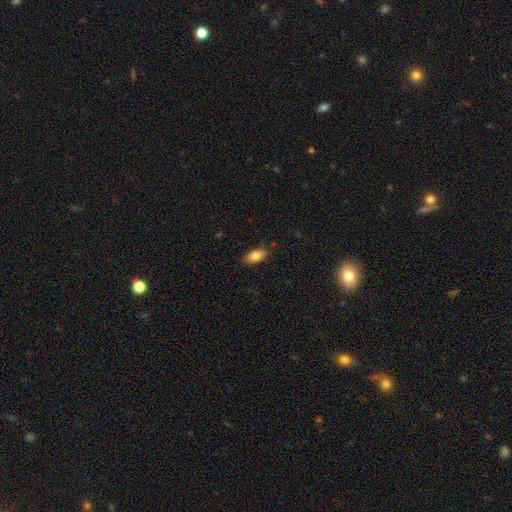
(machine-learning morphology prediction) smooth 83%, featured or disk 10%, star or artifact 8%. Down the decision tree: how rounded — in between (90%); merging — none (83%).